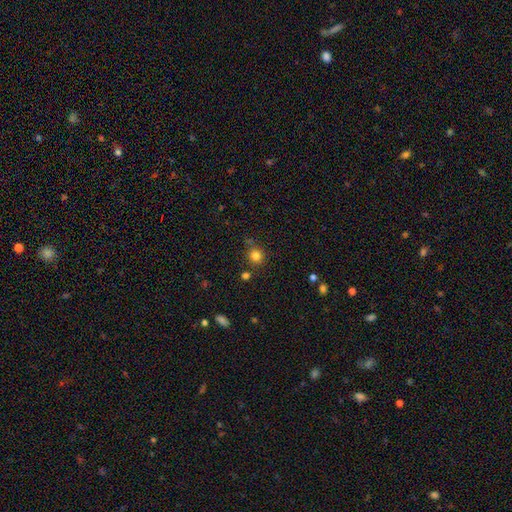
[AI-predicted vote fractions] smooth_or_featured: smooth (p=0.82) [alt: star or artifact p=0.13]
how_rounded: round (p=0.89) [alt: in between p=0.10]
merging: none (p=0.79) [alt: minor disturbance p=0.10]